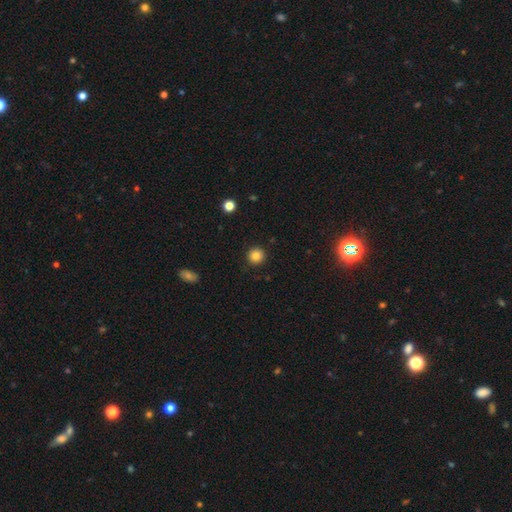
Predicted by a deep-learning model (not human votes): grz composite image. It shows a smooth galaxy with no disk features (85%) that is round (94%). Merging: none (91%).